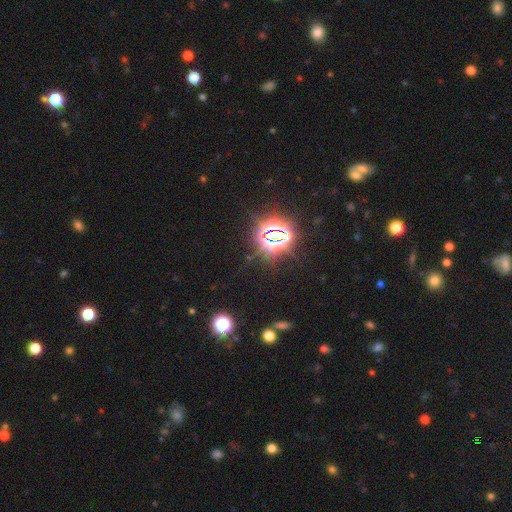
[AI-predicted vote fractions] A star or artifact, not a galaxy (82%).

Vote fractions:
- Smooth or featured? star or artifact: 82% / smooth: 12% / featured or disk: 6%